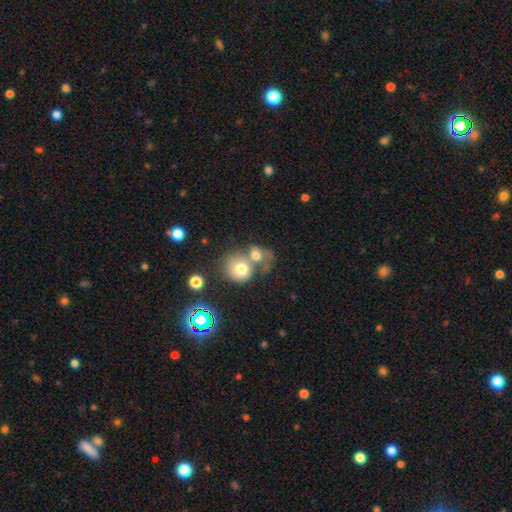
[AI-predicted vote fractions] Smooth or featured? smooth (68%)
How rounded? round (68%)
Merging? merger (63%)